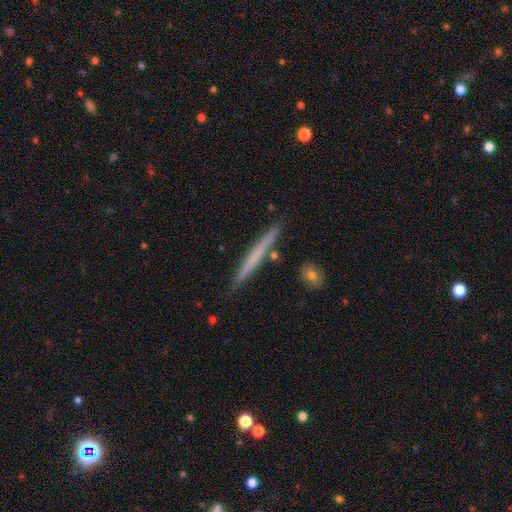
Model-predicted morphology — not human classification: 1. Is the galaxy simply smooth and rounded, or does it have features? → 51% smooth, 43% featured or disk, 6% star or artifact.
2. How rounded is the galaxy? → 97% cigar-shaped, 2% in between, 1% round.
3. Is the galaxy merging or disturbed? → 87% none, 9% minor disturbance, 3% merger, 2% major disturbance.